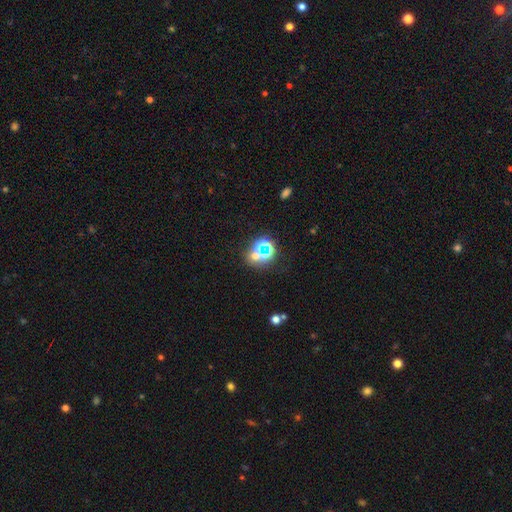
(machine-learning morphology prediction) A star or artifact, not a galaxy (52%).